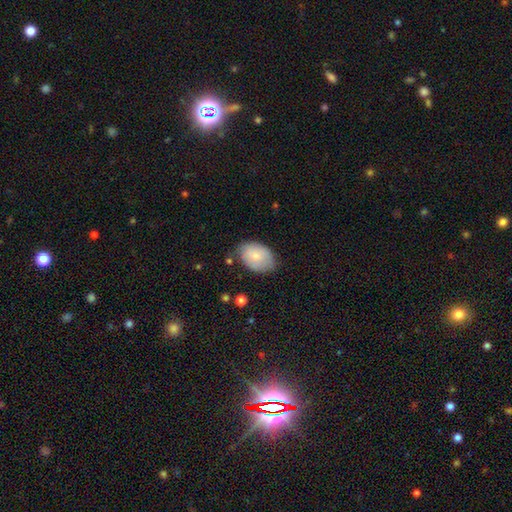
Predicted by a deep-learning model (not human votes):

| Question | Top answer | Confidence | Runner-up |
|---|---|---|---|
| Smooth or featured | smooth | 74% | featured or disk (19%) |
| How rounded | in between | 83% | round (16%) |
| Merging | none | 66% | minor disturbance (27%) |